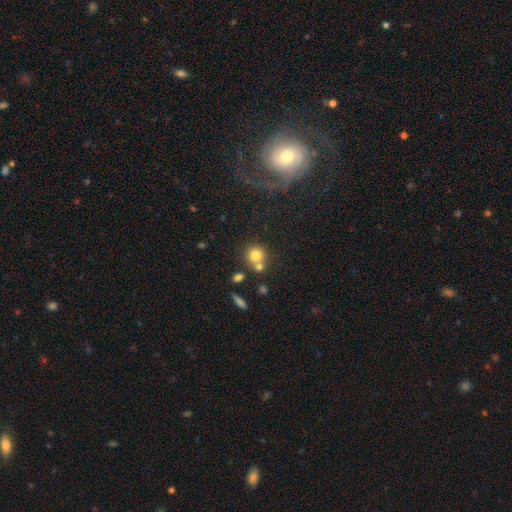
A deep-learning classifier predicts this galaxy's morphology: A smooth galaxy with no disk features (76%) that is round (87%). Merging: none (53%).